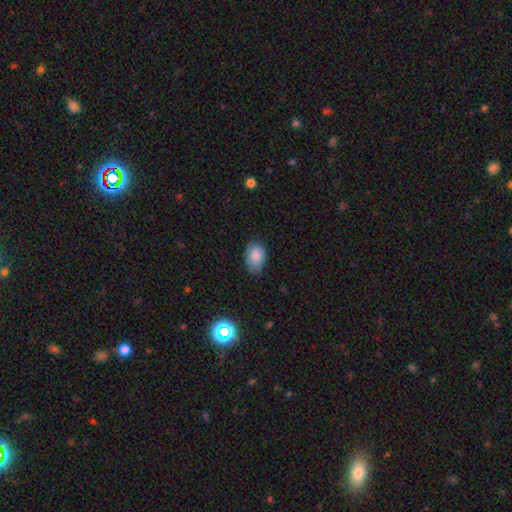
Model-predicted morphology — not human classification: smooth_or_featured: smooth (p=0.86) [alt: star or artifact p=0.09]
how_rounded: in between (p=0.84) [alt: round p=0.15]
merging: none (p=0.70) [alt: minor disturbance p=0.25]